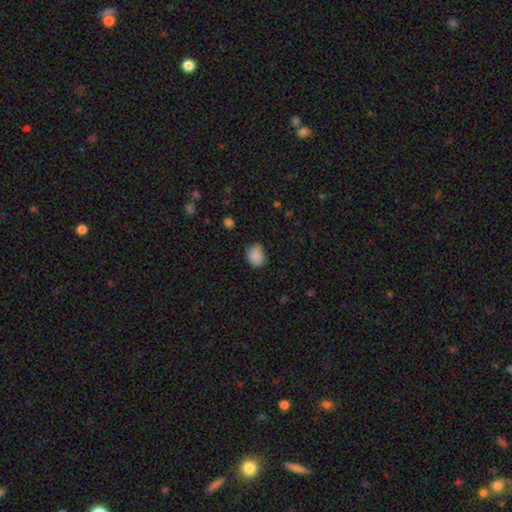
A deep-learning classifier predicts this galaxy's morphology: Smooth or featured? smooth (86%)
How rounded? round (51%)
Merging? none (67%)